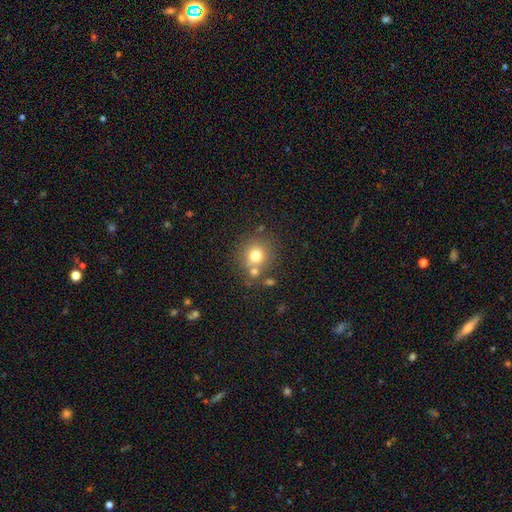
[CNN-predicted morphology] A smooth galaxy with no disk features (74%) that is round (87%).

Vote fractions:
- Smooth or featured? smooth: 74% / star or artifact: 13% / featured or disk: 13%
- How rounded? round: 87% / in between: 12% / cigar-shaped: 1%
- Merging? none: 66% / merger: 19% / minor disturbance: 11% / major disturbance: 4%